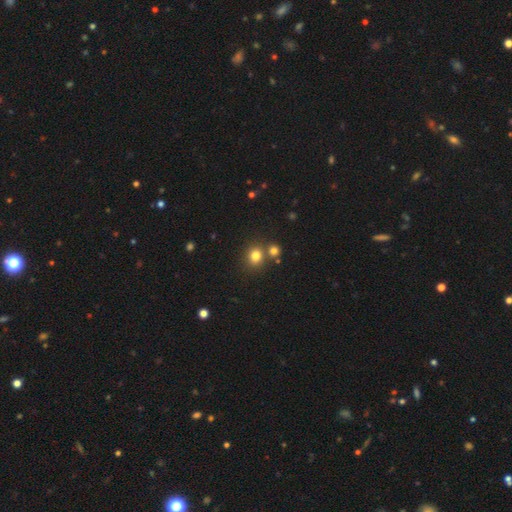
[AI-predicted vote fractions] smooth 79%, star or artifact 14%, featured or disk 6%. Down the decision tree: how rounded — round (79%); merging — none (70%).